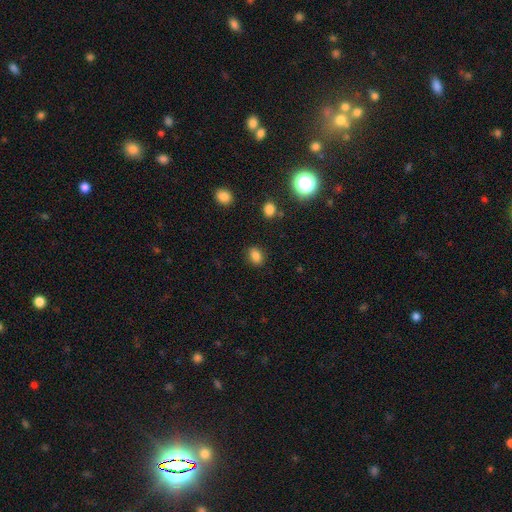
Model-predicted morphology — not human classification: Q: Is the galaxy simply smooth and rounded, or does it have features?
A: smooth — 84%.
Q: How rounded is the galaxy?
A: in between — 66%.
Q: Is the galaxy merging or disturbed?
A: none — 87%.